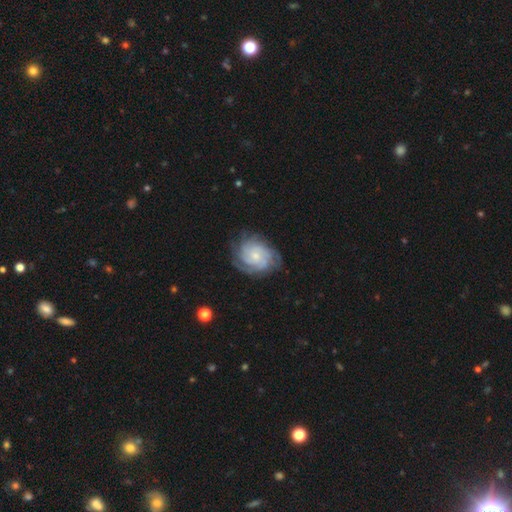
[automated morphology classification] The model was most divided on "spiral arm count": can't tell: 28%, 4: 25%, 3: 19%, 2: 11%, more than 4: 10%, 1: 7%. More confident: edge-on disk — no (98%); spiral arms — yes (97%); smooth or featured — featured or disk (83%); merging — none (76%); bar — no (72%); spiral winding — tight (70%); bulge size — small (65%).